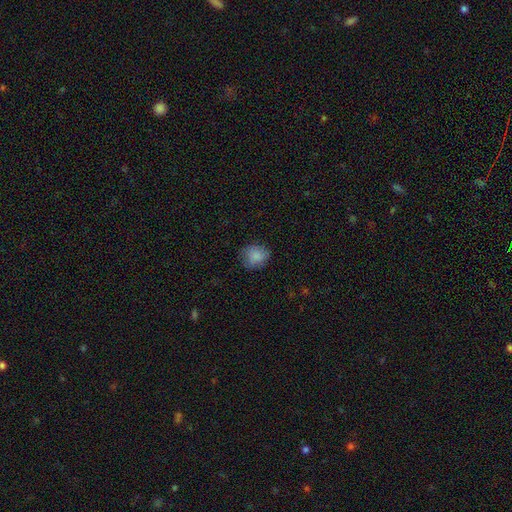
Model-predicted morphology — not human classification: This appears to be a smooth galaxy with no disk features (85%) that is round (73%). Merging: none (75%).